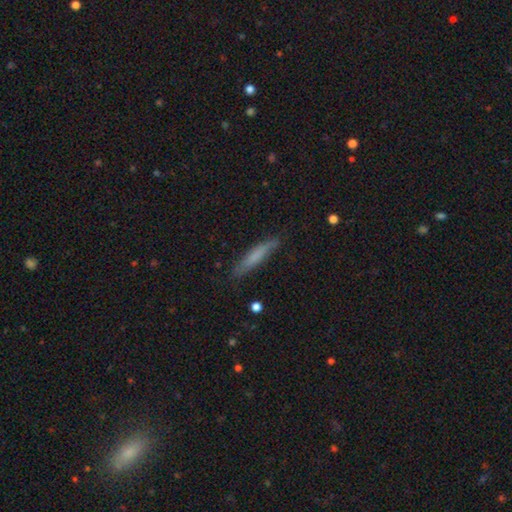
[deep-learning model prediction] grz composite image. It shows a smooth galaxy with no disk features (66%) that is cigar-shaped (92%). Merging: none (83%).